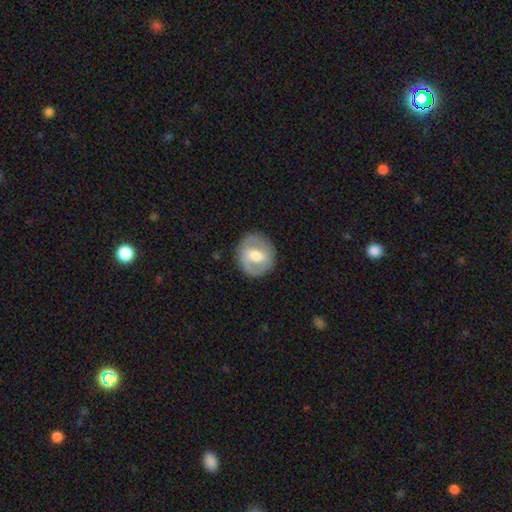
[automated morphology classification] smooth-or-featured: featured or disk: 61% | smooth: 33% | star or artifact: 6%
  disk-edge-on: no: 96% | yes: 4%
    bar: weak: 47% | no: 26% | strong: 26%
    has-spiral-arms: yes: 61% | no: 39%
    bulge-size: moderate: 64% | large: 18% | small: 15% | none: 2% | dominant: 2%
  merging: none: 84% | minor disturbance: 10% | major disturbance: 4% | merger: 1%